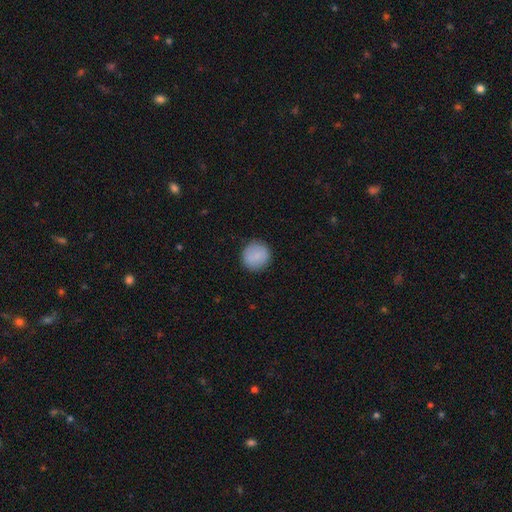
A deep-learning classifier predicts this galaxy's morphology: smooth_or_featured: smooth (p=0.83) [alt: featured or disk p=0.10]
how_rounded: round (p=0.92) [alt: in between p=0.07]
merging: none (p=0.89) [alt: minor disturbance p=0.08]